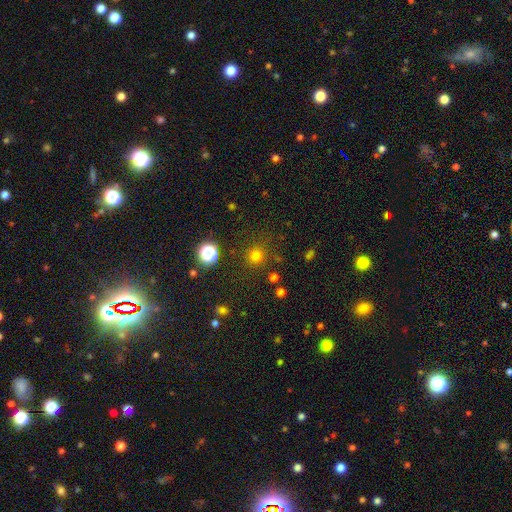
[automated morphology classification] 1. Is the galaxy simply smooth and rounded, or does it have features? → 74% smooth, 21% star or artifact, 5% featured or disk.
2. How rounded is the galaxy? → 93% round, 6% in between, 1% cigar-shaped.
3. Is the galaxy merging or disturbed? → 84% none, 9% minor disturbance, 4% major disturbance, 3% merger.